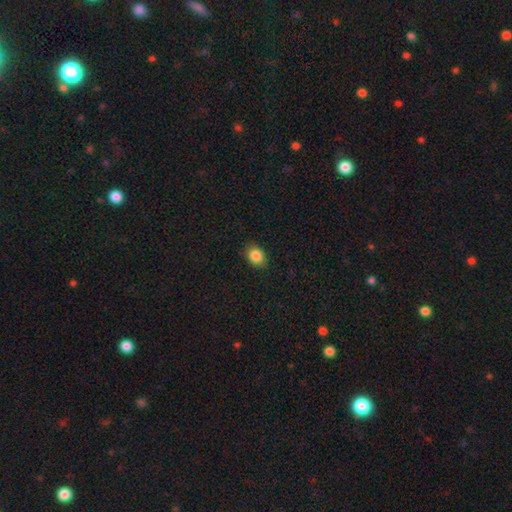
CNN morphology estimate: type=smooth (86%); roundness=in between (64%); merging=none (87%).